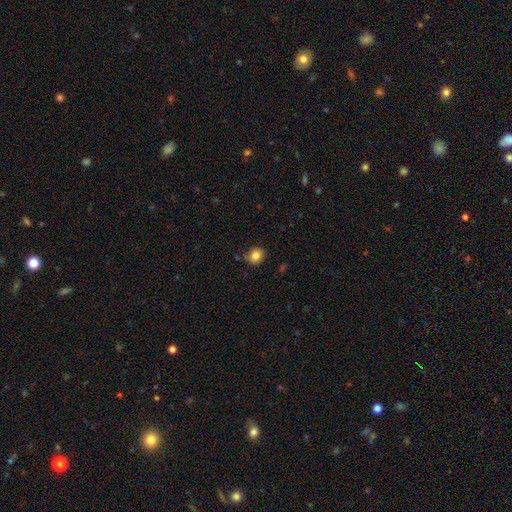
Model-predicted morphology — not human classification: smooth 83%, star or artifact 10%, featured or disk 7%. Down the decision tree: how rounded — round (75%); merging — none (82%).